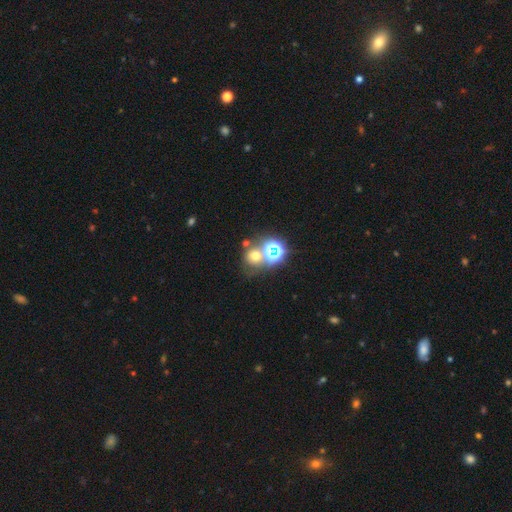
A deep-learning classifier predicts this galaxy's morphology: Smooth or featured? smooth (54%)
How rounded? round (81%)
Merging? none (53%)